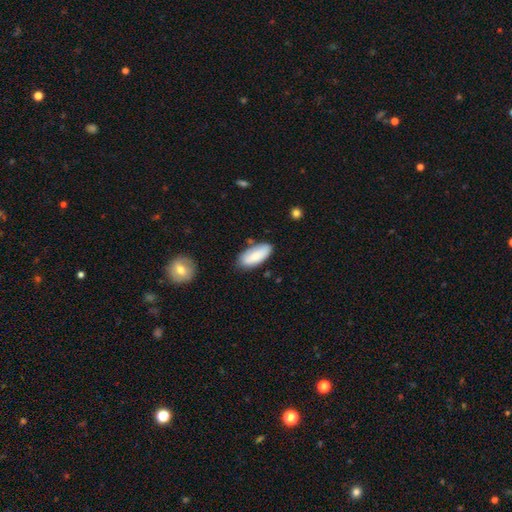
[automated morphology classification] smooth 82%, featured or disk 12%, star or artifact 6%. Down the decision tree: how rounded — in between (87%); merging — none (75%).